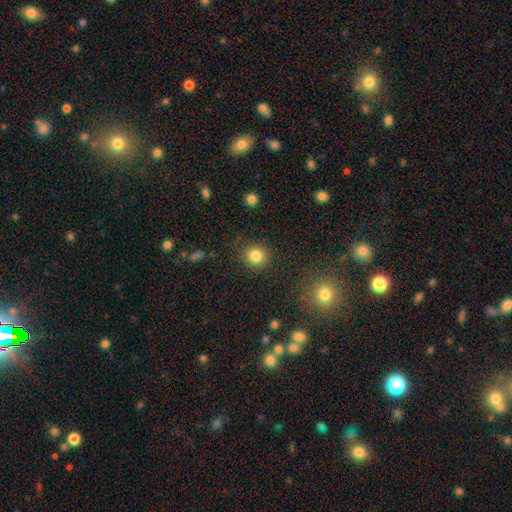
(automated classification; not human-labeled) This is clearly a smooth galaxy (83%). How rounded: clearly round (92%). Merging: clearly none (88%).